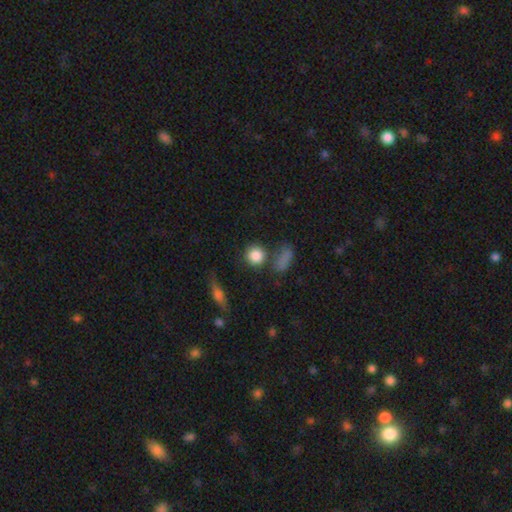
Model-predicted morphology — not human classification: Overall: smooth (83%). How rounded: round (84%). Merging: none (69%).